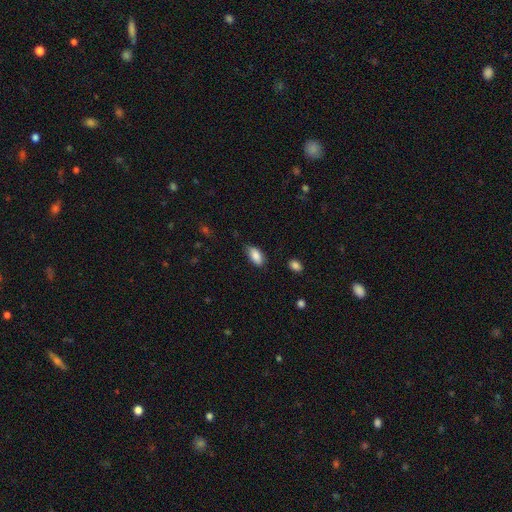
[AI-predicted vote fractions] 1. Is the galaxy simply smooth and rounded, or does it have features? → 87% smooth, 7% star or artifact, 6% featured or disk.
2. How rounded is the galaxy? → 91% in between, 6% cigar-shaped, 3% round.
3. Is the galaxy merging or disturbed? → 73% none, 21% minor disturbance, 4% major disturbance, 1% merger.